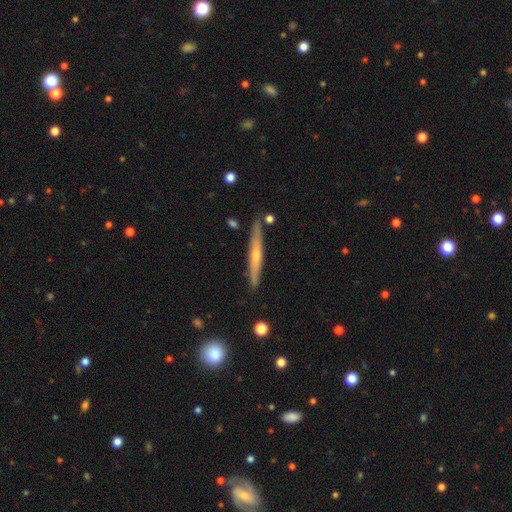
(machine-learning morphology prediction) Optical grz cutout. It shows a featured or disk galaxy (60%) viewed edge-on (95%) with a rounded central bulge (61%). Merging: none (86%).